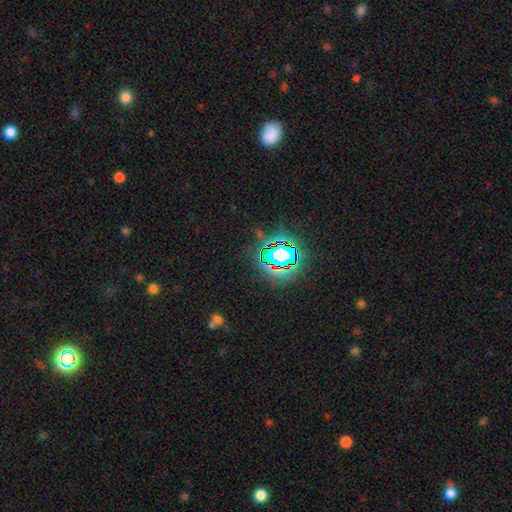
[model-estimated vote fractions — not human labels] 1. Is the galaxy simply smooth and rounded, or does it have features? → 79% star or artifact, 13% smooth, 8% featured or disk.